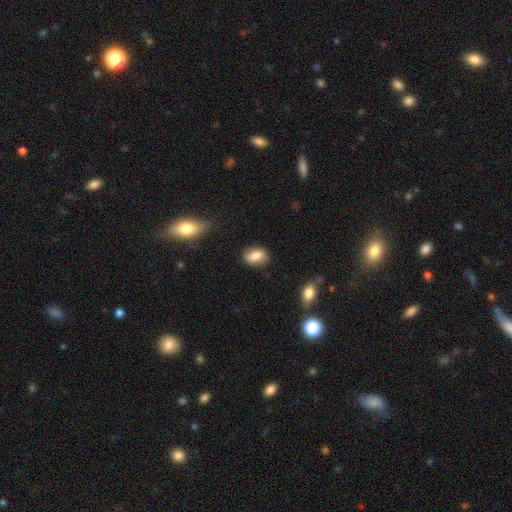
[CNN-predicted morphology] A smooth galaxy with no disk features (82%) that is in between round and cigar-shaped (83%). Merging: none (79%).